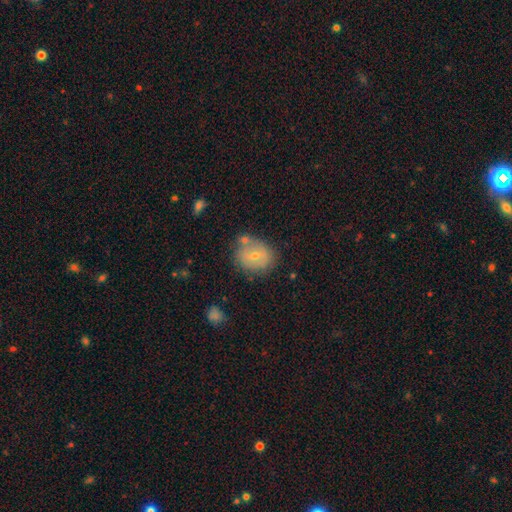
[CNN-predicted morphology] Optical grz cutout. It shows a smooth galaxy with no disk features (56%) that is round (66%). Merging: none (68%).